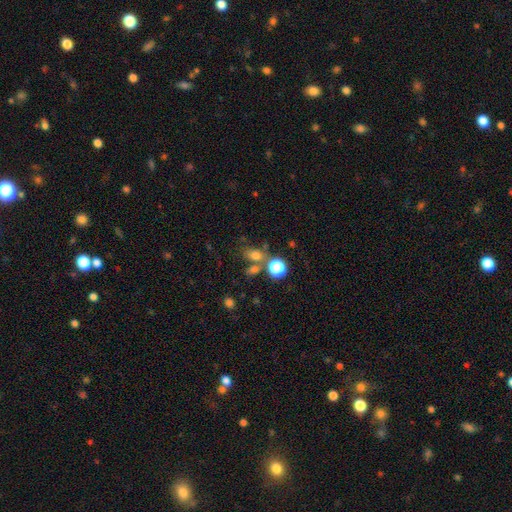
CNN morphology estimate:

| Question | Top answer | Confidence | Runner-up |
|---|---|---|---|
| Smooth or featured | smooth | 68% | star or artifact (21%) |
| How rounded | in between | 60% | round (38%) |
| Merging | none | 57% | merger (25%) |